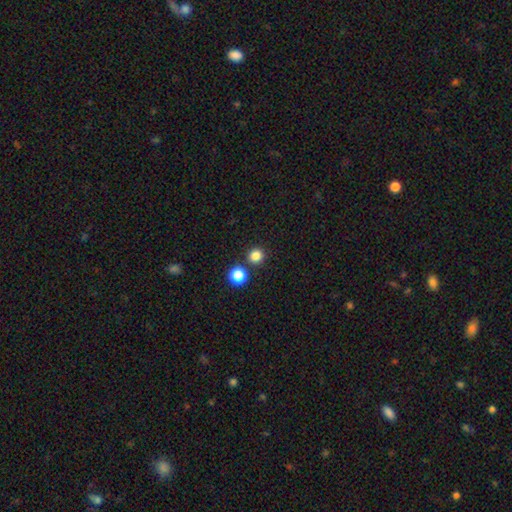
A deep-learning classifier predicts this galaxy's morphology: This is clearly a smooth galaxy (83%). How rounded: clearly round (91%). Merging: clearly none (82%).